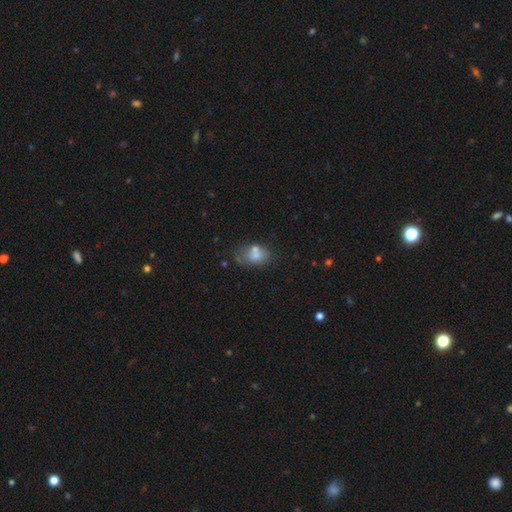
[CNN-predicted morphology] Q: Smooth or featured?
A: smooth (64%); runner-up: featured or disk (21%)
Q: How rounded?
A: in between (71%); runner-up: round (27%)
Q: Merging?
A: none (42%); runner-up: merger (30%)